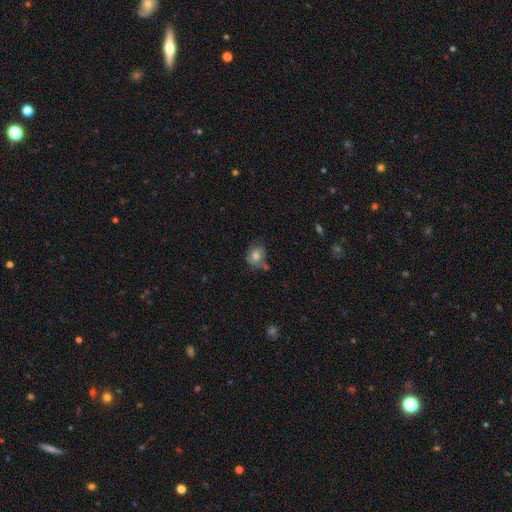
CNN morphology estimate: type=smooth (58%); roundness=round (58%); merging=none (54%).